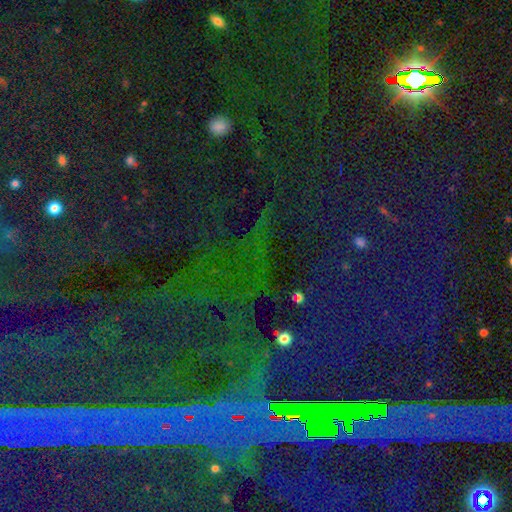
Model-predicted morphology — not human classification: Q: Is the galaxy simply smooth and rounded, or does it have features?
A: star or artifact — 85%.